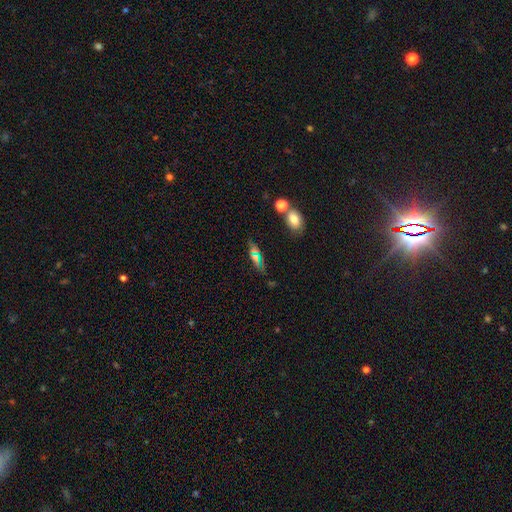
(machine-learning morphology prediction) Overall: smooth (51%; star or artifact 25%). How rounded: in between (60%; cigar-shaped 30%). Merging: none (72%).